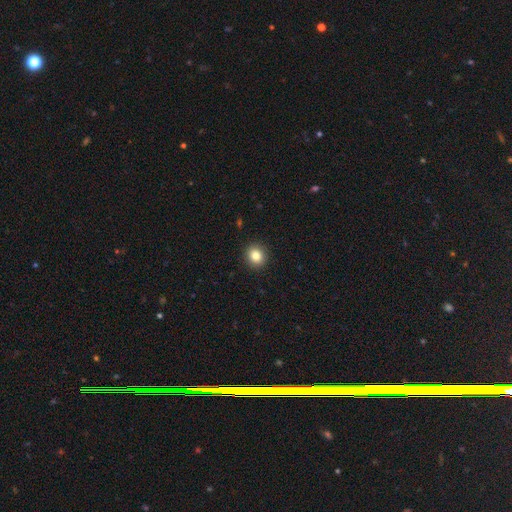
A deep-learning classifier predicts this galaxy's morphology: Smooth or featured? Predicted: smooth (p=0.83). How rounded? Predicted: round (p=0.86). Merging? Predicted: none (p=0.92).